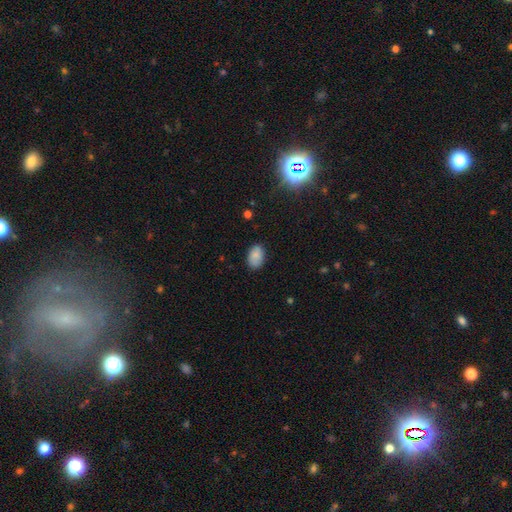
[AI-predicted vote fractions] The model was most divided on "merging": none: 82%, minor disturbance: 14%, major disturbance: 3%, merger: 1%. More confident: how rounded — in between (89%); smooth or featured — smooth (85%).